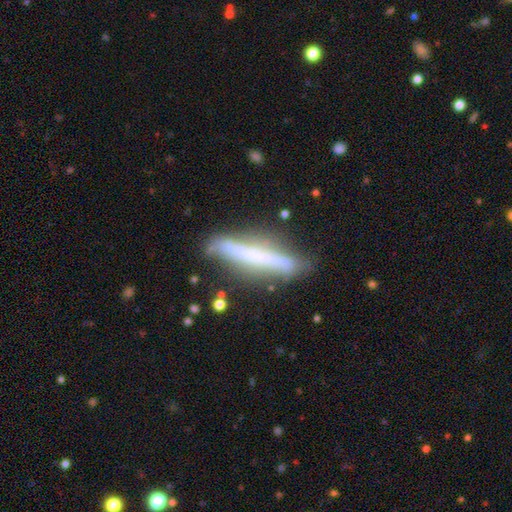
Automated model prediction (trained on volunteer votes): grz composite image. It shows a featured or disk galaxy (58%) viewed edge-on (85%). Merging: none (76%).